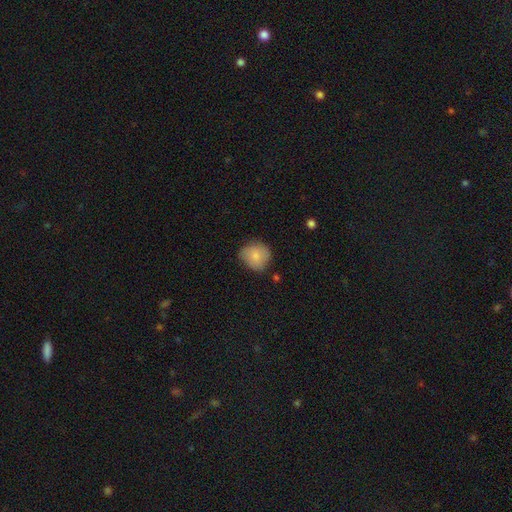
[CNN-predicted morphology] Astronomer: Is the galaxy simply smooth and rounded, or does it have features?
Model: smooth — 80%.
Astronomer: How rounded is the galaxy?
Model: round — 82%.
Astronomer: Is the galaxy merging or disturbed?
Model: none — 67%.